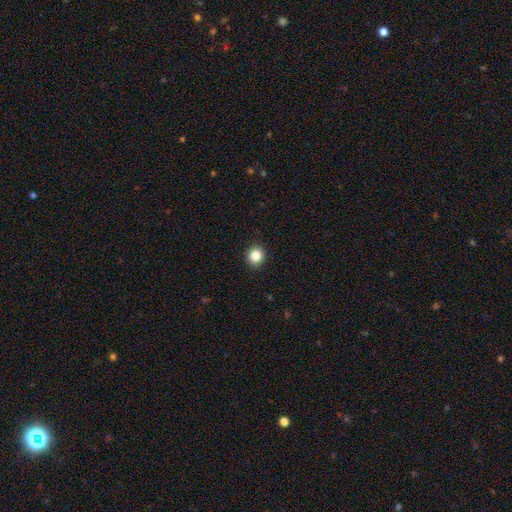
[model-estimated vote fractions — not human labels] A smooth galaxy with no disk features (85%) that is round (84%). Merging: none (92%).